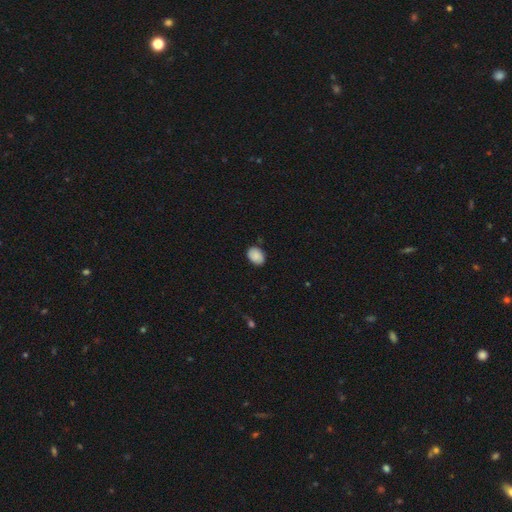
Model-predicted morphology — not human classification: A smooth galaxy with no disk features (87%) that is in between round and cigar-shaped (75%). Merging: none (82%).